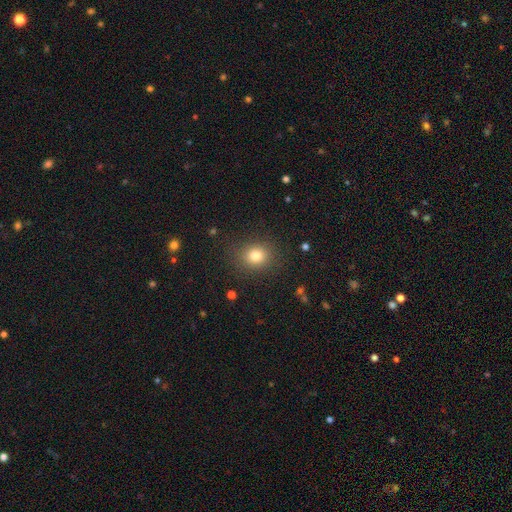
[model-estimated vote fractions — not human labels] smooth 80%, star or artifact 13%, featured or disk 7%. Down the decision tree: how rounded — round (71%); merging — none (86%).